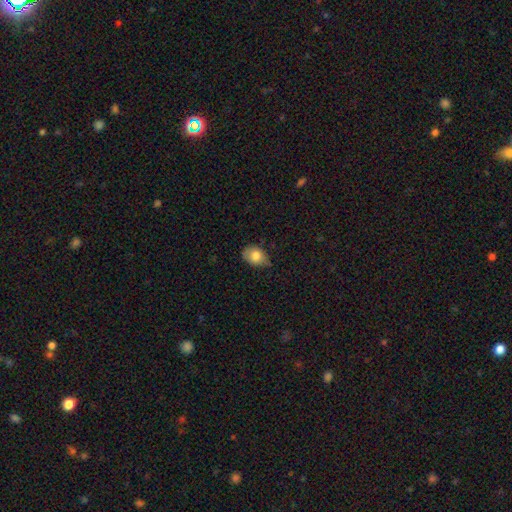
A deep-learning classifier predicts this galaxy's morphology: Overall: smooth (79%). How rounded: in between (70%). Merging: none (60%; minor disturbance 33%).